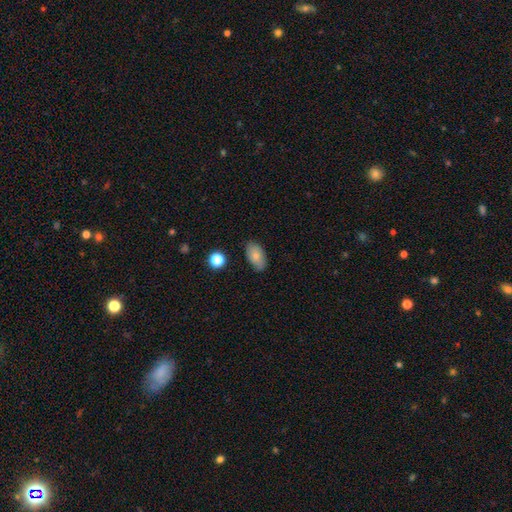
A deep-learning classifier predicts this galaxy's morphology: Smooth or featured? smooth (78%)
How rounded? in between (92%)
Merging? none (80%)